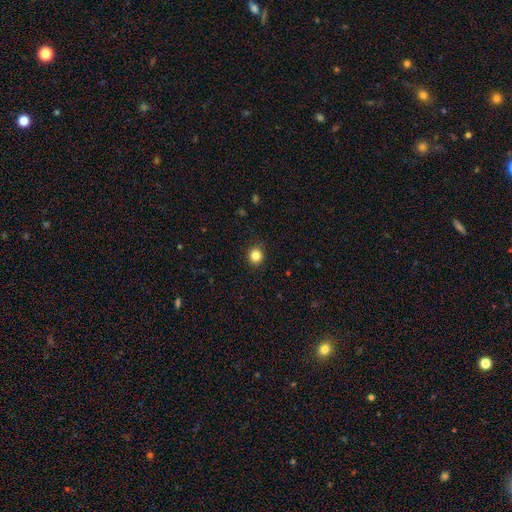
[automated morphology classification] This appears to be a smooth galaxy with no disk features (84%) that is round (90%). Merging: none (92%).